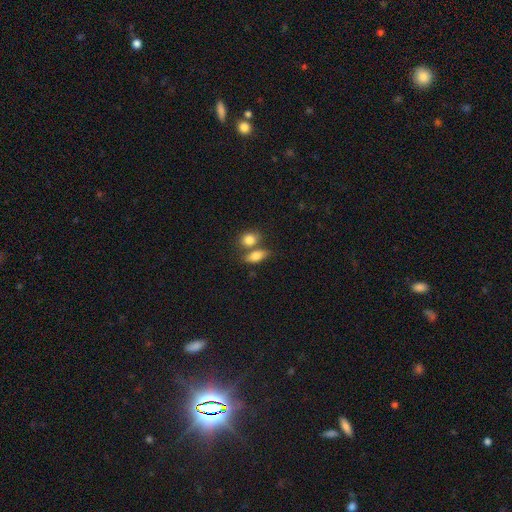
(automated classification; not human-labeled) smooth_or_featured: smooth (p=0.79) [alt: featured or disk p=0.13]
how_rounded: in between (p=0.78) [alt: round p=0.14]
merging: none (p=0.45) [alt: merger p=0.39]